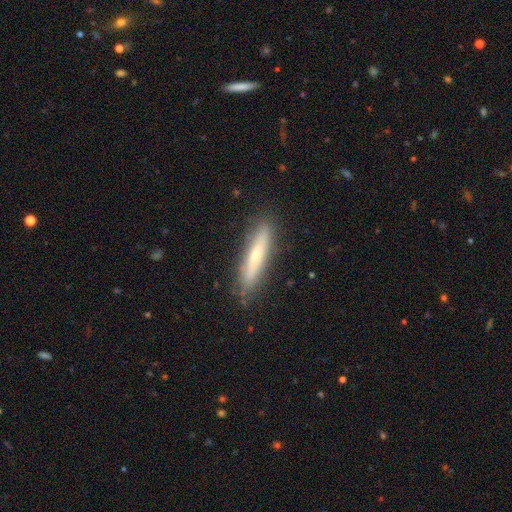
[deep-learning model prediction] A smooth galaxy with no disk features (57%) that is cigar-shaped (89%).

Vote fractions:
- Smooth or featured? smooth: 57% / featured or disk: 36% / star or artifact: 7%
- How rounded? cigar-shaped: 89% / in between: 9% / round: 1%
- Merging? none: 85% / minor disturbance: 11% / major disturbance: 2% / merger: 1%